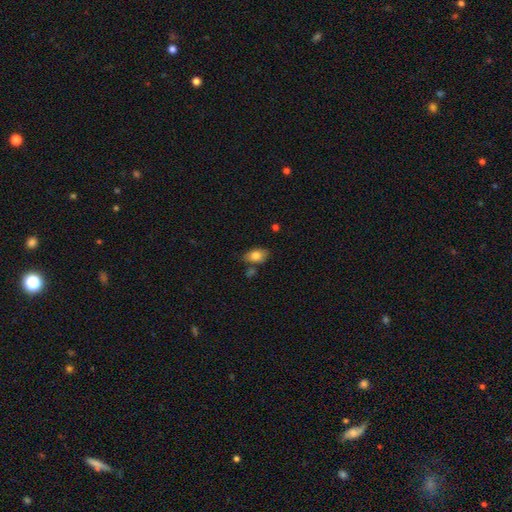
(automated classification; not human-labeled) smooth_or_featured: smooth (p=0.81) [alt: featured or disk p=0.11]
how_rounded: in between (p=0.87) [alt: round p=0.11]
merging: none (p=0.69) [alt: minor disturbance p=0.18]